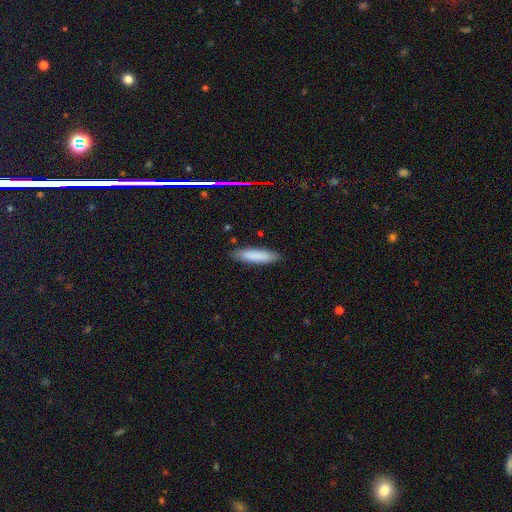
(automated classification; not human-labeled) smooth_or_featured: smooth (p=0.85) [alt: featured or disk p=0.08]
how_rounded: cigar-shaped (p=0.66) [alt: in between p=0.33]
merging: none (p=0.87) [alt: minor disturbance p=0.10]